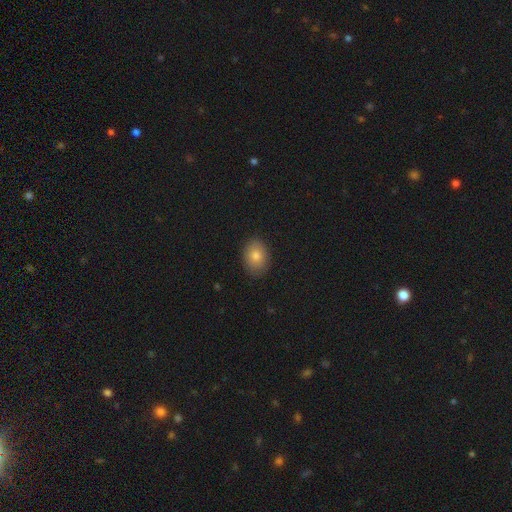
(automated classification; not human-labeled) A smooth galaxy with no disk features (80%) that is in between round and cigar-shaped (70%). Merging: none (87%).